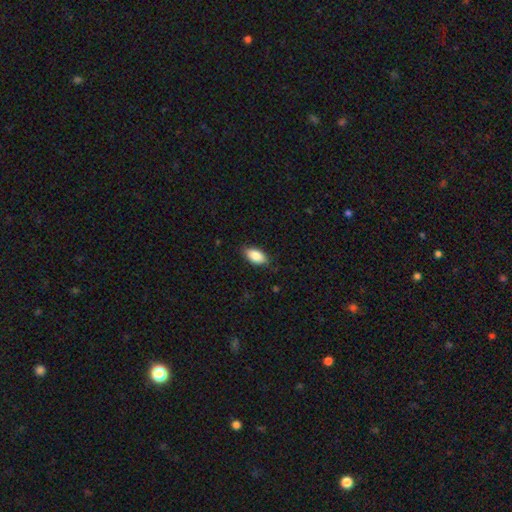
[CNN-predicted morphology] A smooth galaxy with no disk features (86%) that is in between round and cigar-shaped (92%). Merging: none (82%).